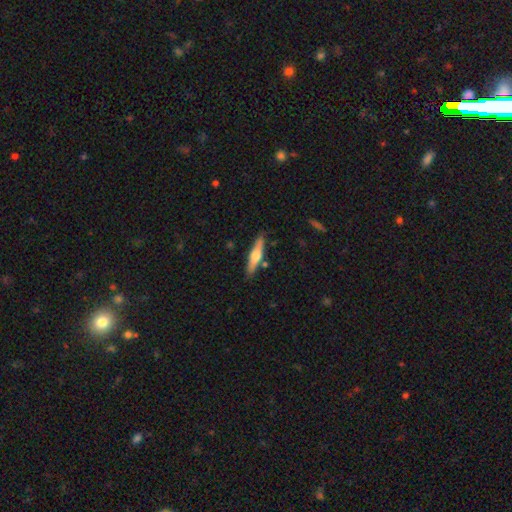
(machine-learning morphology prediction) A featured or disk galaxy (51%) viewed edge-on (94%). Merging: none (84%).